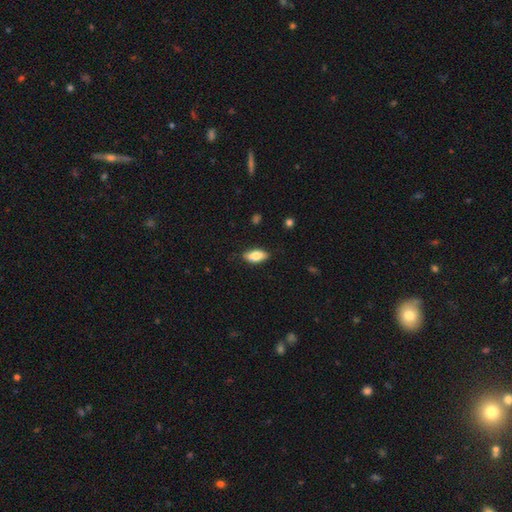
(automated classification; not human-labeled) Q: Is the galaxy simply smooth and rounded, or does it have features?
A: smooth — 79%.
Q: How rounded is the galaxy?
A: in between — 87%.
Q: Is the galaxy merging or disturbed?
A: none — 83%.